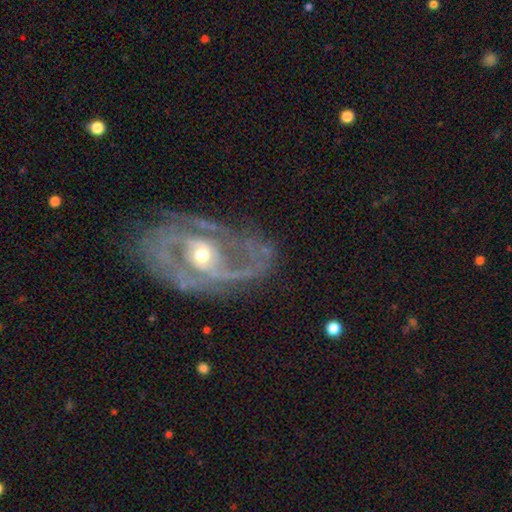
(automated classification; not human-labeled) This appears to be a featured or disk galaxy (89%) with no bar (54%), 2 (72%) medium (47%) spiral arms (94%) and a moderate central bulge (57%). Merging: none (72%).